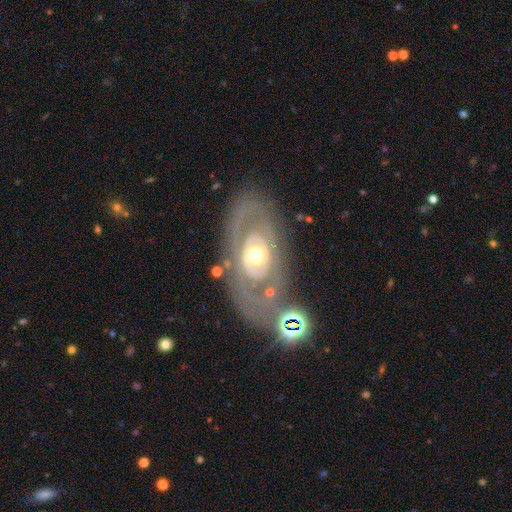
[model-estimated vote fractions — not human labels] This appears to be a featured or disk galaxy (78%) with no bar (82%), no spiral arms (60%) and a moderate central bulge (71%). Merging: none (71%).